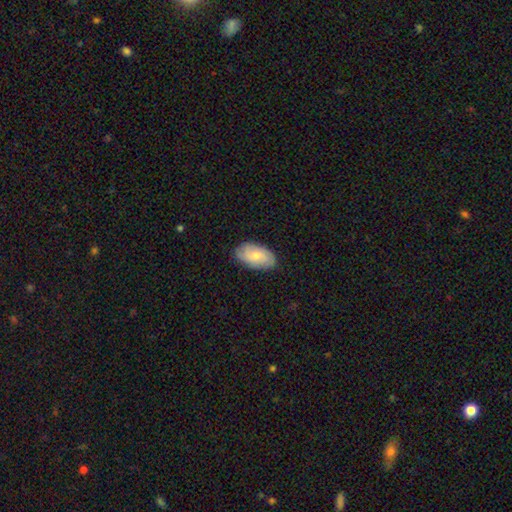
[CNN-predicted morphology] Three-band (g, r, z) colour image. It shows a smooth galaxy with no disk features (65%) that is in between round and cigar-shaped (95%). Merging: none (83%).